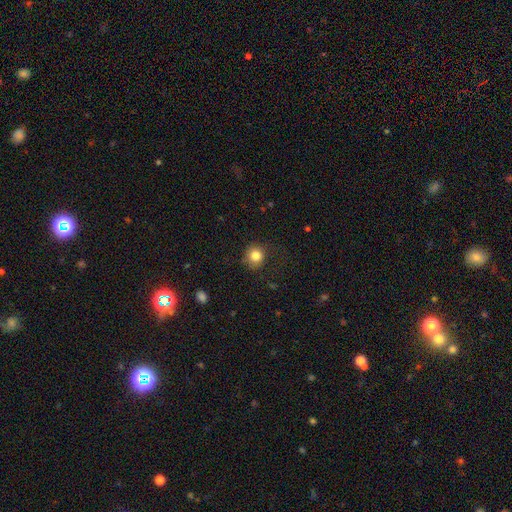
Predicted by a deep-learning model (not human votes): This is clearly a smooth galaxy (83%). How rounded: clearly round (87%). Merging: clearly none (81%).